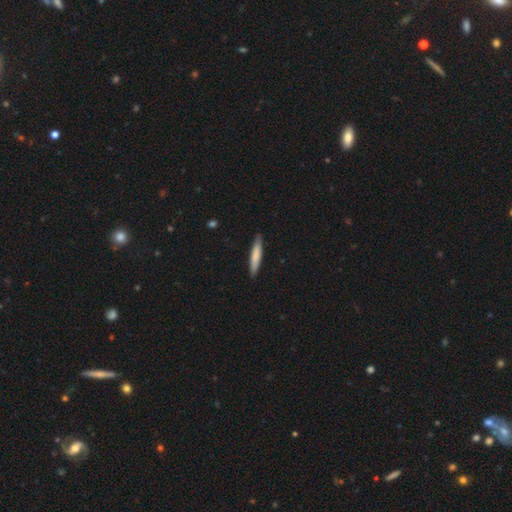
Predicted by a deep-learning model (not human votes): Smooth or featured: smooth — 76% (featured or disk — 19%)
How rounded: cigar-shaped — 90% (in between — 8%)
Merging: none — 88% (minor disturbance — 10%)